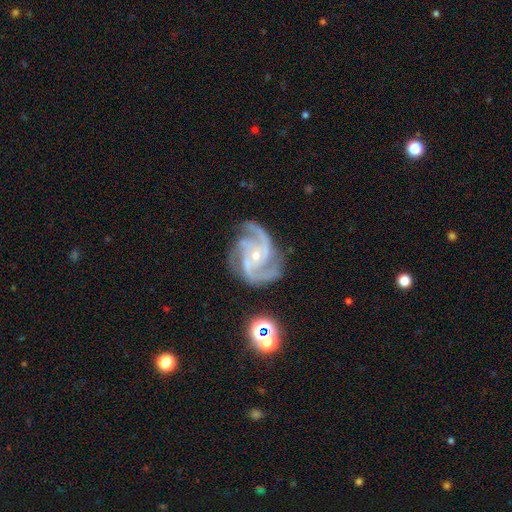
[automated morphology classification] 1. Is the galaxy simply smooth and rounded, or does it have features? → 93% featured or disk, 5% star or artifact, 2% smooth.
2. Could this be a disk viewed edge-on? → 98% no, 2% yes.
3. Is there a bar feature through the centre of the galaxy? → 63% no, 27% weak, 11% strong.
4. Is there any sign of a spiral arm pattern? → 99% yes, 1% no.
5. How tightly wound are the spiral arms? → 58% medium, 35% tight, 7% loose.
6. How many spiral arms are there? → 62% 3, 17% 2, 9% 4, 5% can't tell, 4% more than 4, 4% 1.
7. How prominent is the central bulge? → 69% small, 28% moderate, 1% none, 1% large, 1% dominant.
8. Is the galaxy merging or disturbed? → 74% none, 18% minor disturbance, 7% major disturbance, 2% merger.